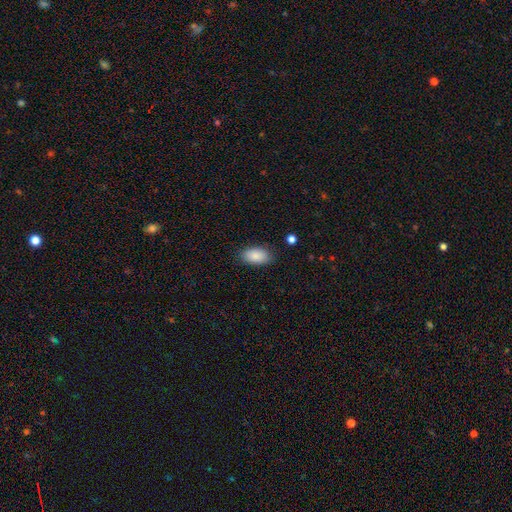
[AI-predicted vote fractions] The model was most divided on "merging": none: 84%, minor disturbance: 12%, major disturbance: 3%, merger: 1%. More confident: how rounded — in between (94%); smooth or featured — smooth (88%).